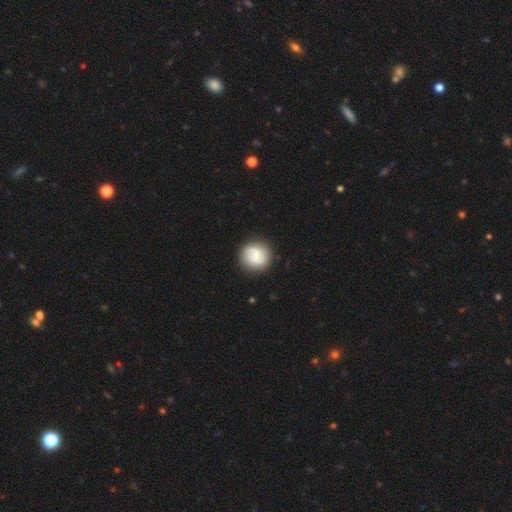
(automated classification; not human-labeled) Q: Smooth or featured?
A: smooth (53%); runner-up: featured or disk (40%)
Q: How rounded?
A: round (90%); runner-up: in between (9%)
Q: Merging?
A: none (85%); runner-up: minor disturbance (10%)